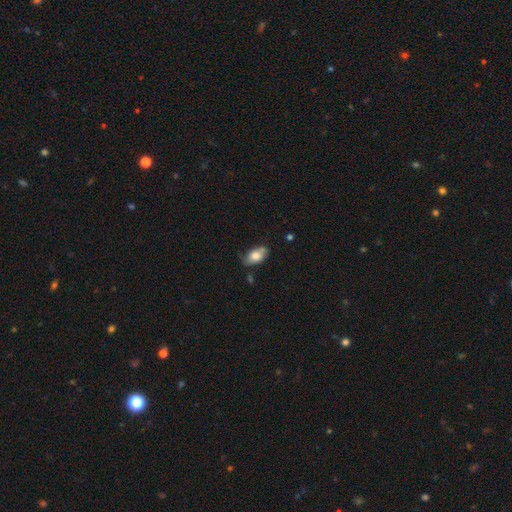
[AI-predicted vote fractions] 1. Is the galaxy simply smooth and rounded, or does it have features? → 74% smooth, 20% featured or disk, 7% star or artifact.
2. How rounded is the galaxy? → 92% in between, 5% round, 4% cigar-shaped.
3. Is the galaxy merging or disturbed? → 61% none, 29% minor disturbance, 6% major disturbance, 4% merger.